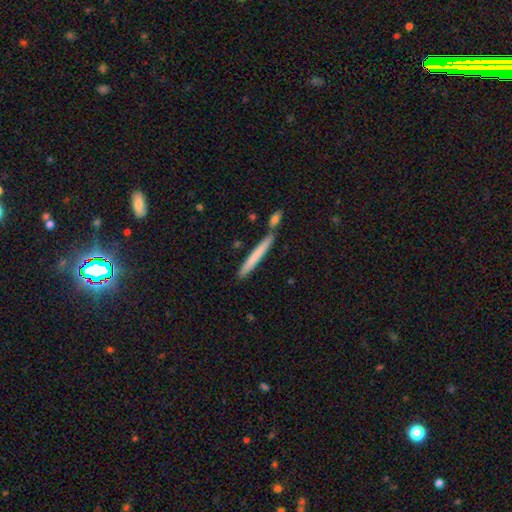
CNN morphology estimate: Q: Smooth or featured?
A: smooth (68%); runner-up: featured or disk (26%)
Q: How rounded?
A: cigar-shaped (96%); runner-up: in between (2%)
Q: Merging?
A: none (74%); runner-up: merger (13%)